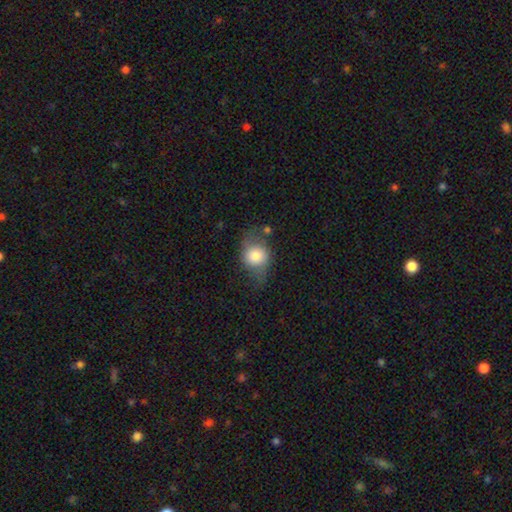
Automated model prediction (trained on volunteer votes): This is likely a smooth galaxy (69%). How rounded: possibly round (59%). Merging: possibly none (50%).